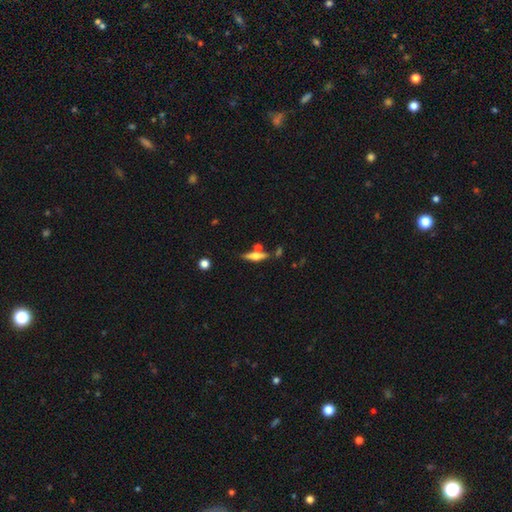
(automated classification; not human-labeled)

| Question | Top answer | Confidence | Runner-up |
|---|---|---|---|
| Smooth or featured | featured or disk | 52% | smooth (40%) |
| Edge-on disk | yes | 93% | no (7%) |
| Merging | none | 69% | merger (15%) |